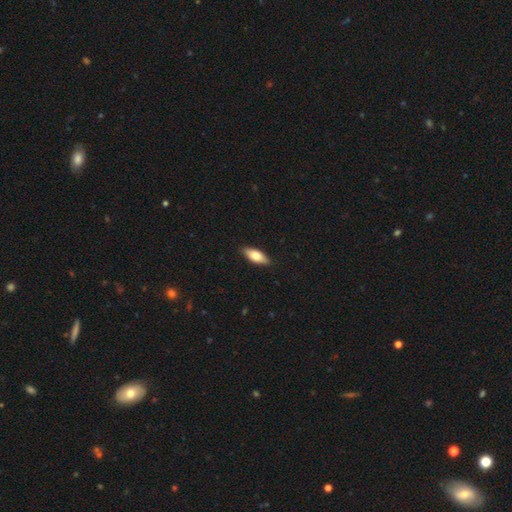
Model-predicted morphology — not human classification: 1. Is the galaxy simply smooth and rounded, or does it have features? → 71% smooth, 23% featured or disk, 6% star or artifact.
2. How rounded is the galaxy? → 74% in between, 23% cigar-shaped, 2% round.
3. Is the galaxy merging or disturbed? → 88% none, 9% minor disturbance, 2% major disturbance, 1% merger.